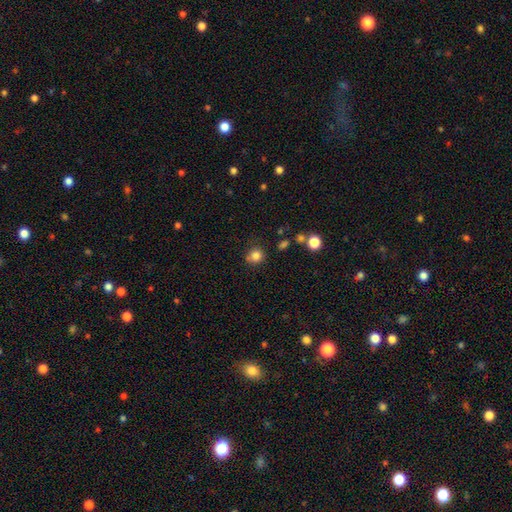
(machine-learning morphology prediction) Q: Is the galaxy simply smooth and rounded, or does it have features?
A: smooth — 83%.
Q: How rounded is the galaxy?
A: round — 87%.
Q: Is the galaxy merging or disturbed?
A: none — 75%.